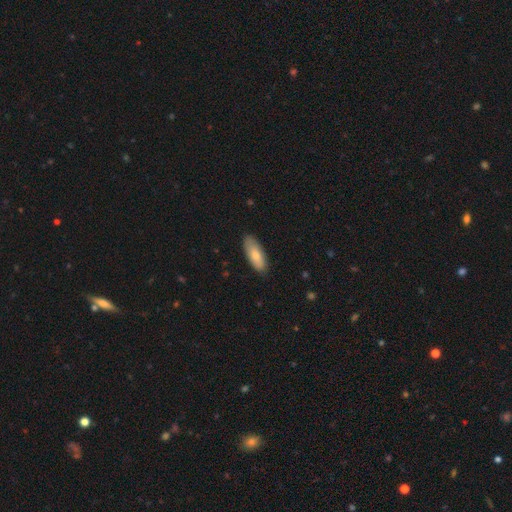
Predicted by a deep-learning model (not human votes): smooth-or-featured: smooth: 76% | featured or disk: 19% | star or artifact: 6%
  how-rounded: in between: 76% | cigar-shaped: 22% | round: 2%
  merging: none: 85% | minor disturbance: 12% | major disturbance: 2% | merger: 1%